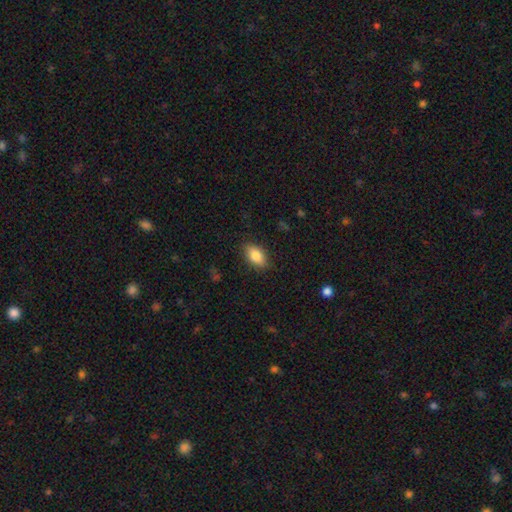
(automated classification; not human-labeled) A smooth galaxy with no disk features (84%) that is in between round and cigar-shaped (89%).

Vote fractions:
- Smooth or featured? smooth: 84% / featured or disk: 8% / star or artifact: 7%
- How rounded? in between: 89% / round: 8% / cigar-shaped: 3%
- Merging? none: 85% / minor disturbance: 11% / major disturbance: 3% / merger: 1%